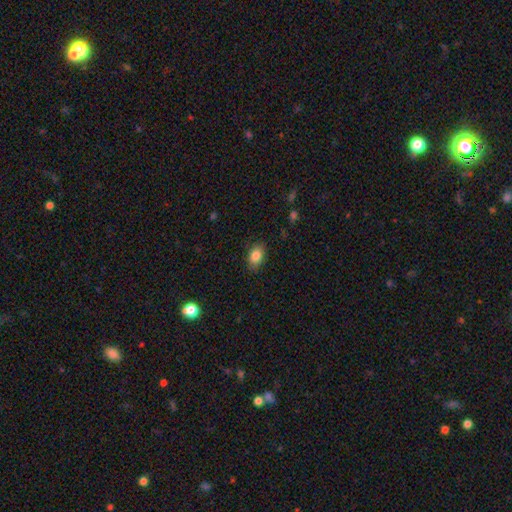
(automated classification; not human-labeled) Smooth or featured? smooth (86%)
How rounded? in between (86%)
Merging? none (85%)